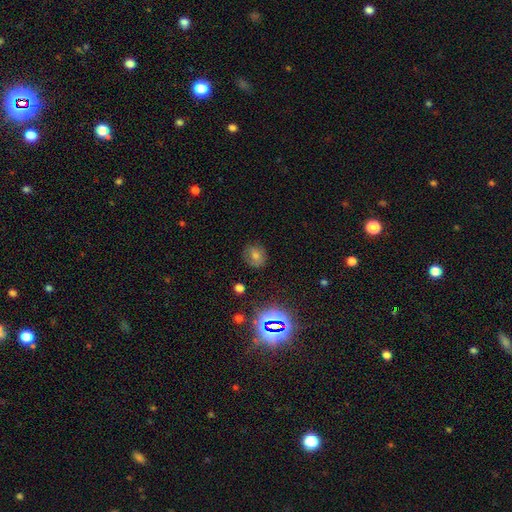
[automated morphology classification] Smooth or featured?
  - smooth: 60% *
  - star or artifact: 25%
  - featured or disk: 15%
How rounded?
  - round: 71% *
  - in between: 27%
  - cigar-shaped: 1%
Merging?
  - none: 81% *
  - minor disturbance: 13%
  - major disturbance: 4%
  - merger: 2%